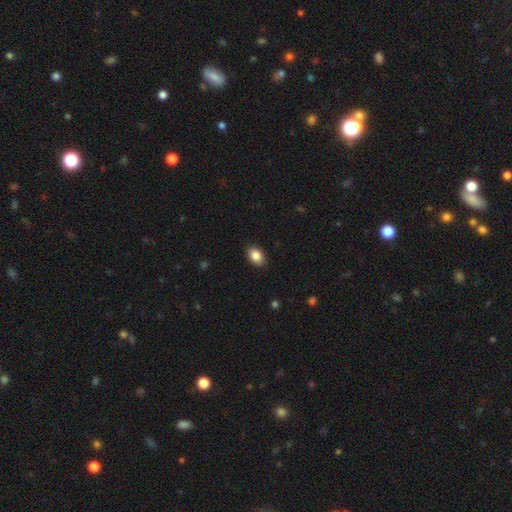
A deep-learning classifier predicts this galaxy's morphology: smooth 88%, star or artifact 8%, featured or disk 5%. Down the decision tree: how rounded — in between (84%); merging — none (89%).